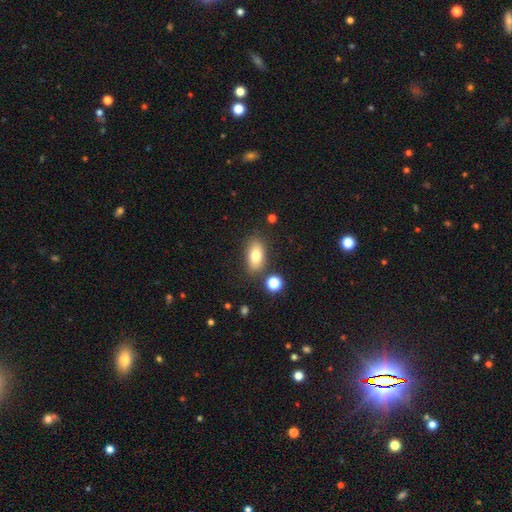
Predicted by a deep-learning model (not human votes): Overall: smooth (78%). How rounded: in between (88%). Merging: none (80%).